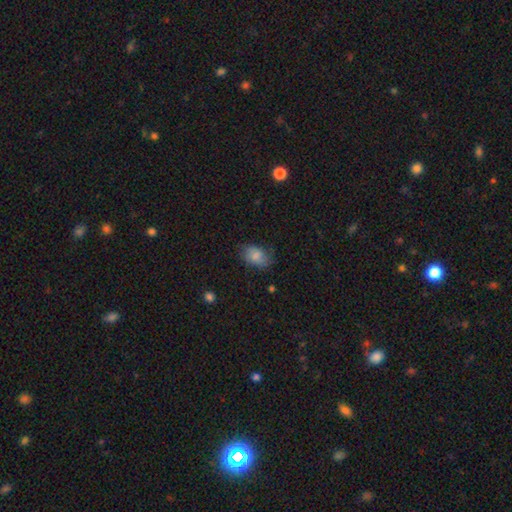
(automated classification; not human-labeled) The model was most divided on "merging": none: 65%, minor disturbance: 26%, major disturbance: 8%, merger: 1%. More confident: how rounded — in between (83%); smooth or featured — smooth (78%).